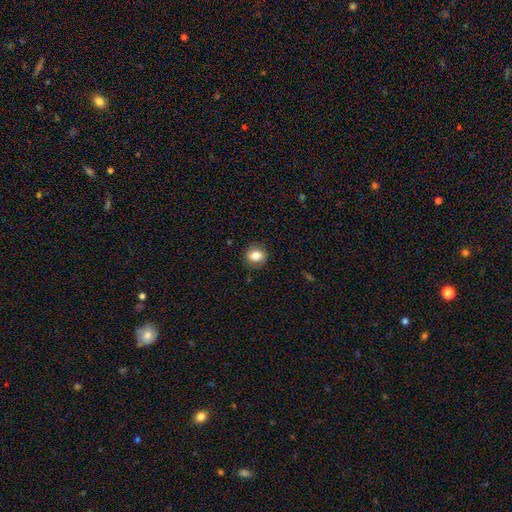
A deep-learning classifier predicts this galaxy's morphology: A smooth galaxy with no disk features (78%) that is round (66%).

Vote fractions:
- Smooth or featured? smooth: 78% / featured or disk: 13% / star or artifact: 9%
- How rounded? round: 66% / in between: 32% / cigar-shaped: 1%
- Merging? none: 85% / minor disturbance: 11% / major disturbance: 3% / merger: 1%